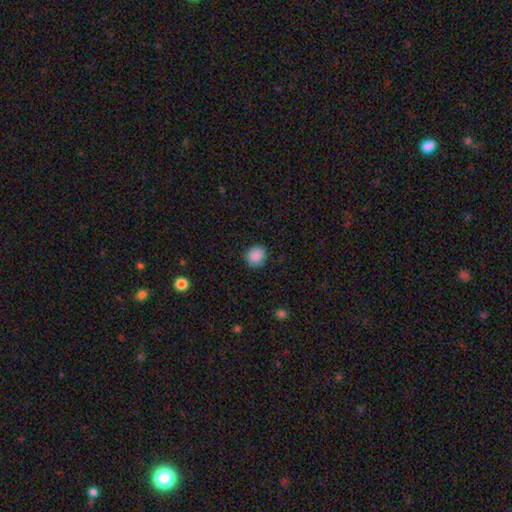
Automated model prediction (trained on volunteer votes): The model was most divided on "how rounded": round: 84%, in between: 15%, cigar-shaped: 1%. More confident: smooth or featured — smooth (89%); merging — none (87%).